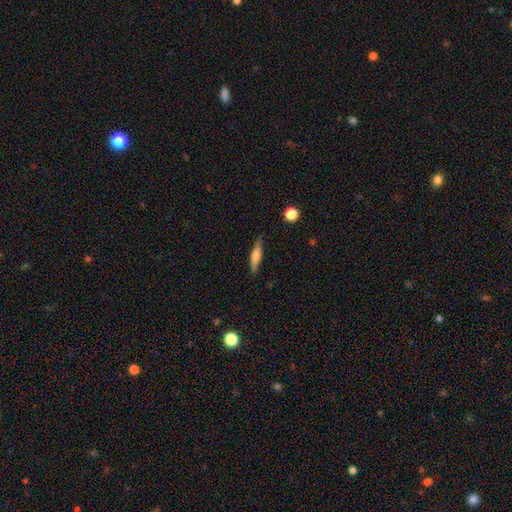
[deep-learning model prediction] smooth 59%, featured or disk 34%, star or artifact 7%. Down the decision tree: how rounded — cigar-shaped (77%); merging — none (83%).